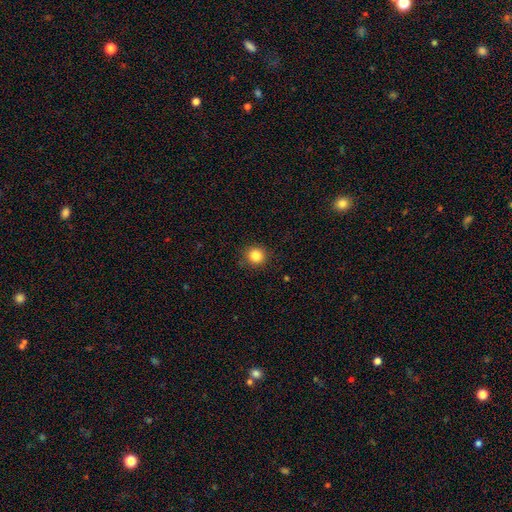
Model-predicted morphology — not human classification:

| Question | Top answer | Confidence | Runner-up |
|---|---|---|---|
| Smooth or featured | smooth | 85% | star or artifact (11%) |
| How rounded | round | 92% | in between (7%) |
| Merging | none | 89% | minor disturbance (8%) |